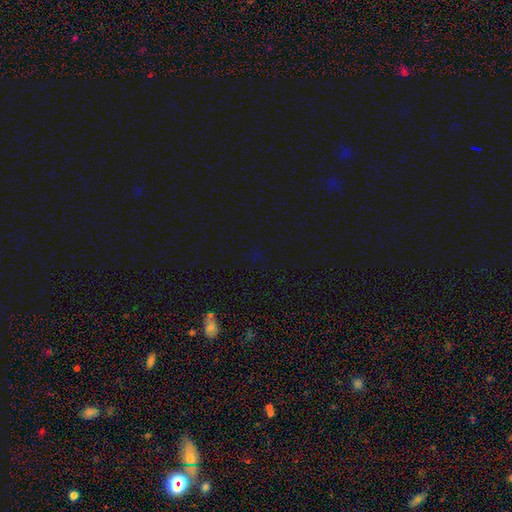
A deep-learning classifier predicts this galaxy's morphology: Smooth or featured?
  - star or artifact: 69% *
  - smooth: 24%
  - featured or disk: 7%